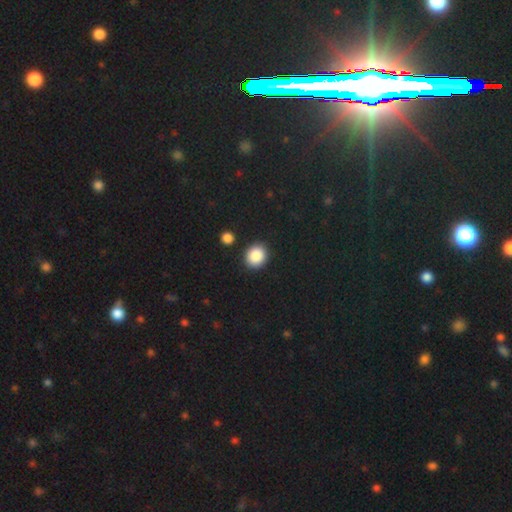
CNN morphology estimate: Smooth or featured?
  - smooth: 88% *
  - star or artifact: 8%
  - featured or disk: 3%
How rounded?
  - round: 72% *
  - in between: 27%
  - cigar-shaped: 1%
Merging?
  - none: 88% *
  - minor disturbance: 7%
  - merger: 3%
  - major disturbance: 2%